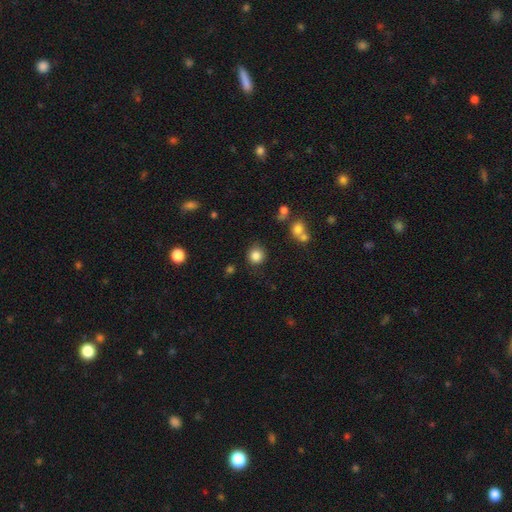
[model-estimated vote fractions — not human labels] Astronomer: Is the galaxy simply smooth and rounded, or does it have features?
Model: smooth — 84%.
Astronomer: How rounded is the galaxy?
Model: round — 92%.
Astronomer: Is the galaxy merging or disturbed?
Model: none — 85%.